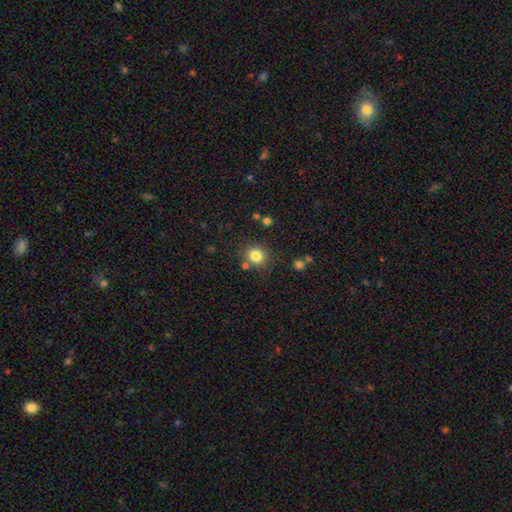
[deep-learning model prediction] This is clearly a smooth galaxy (82%). How rounded: clearly round (86%). Merging: likely none (78%).